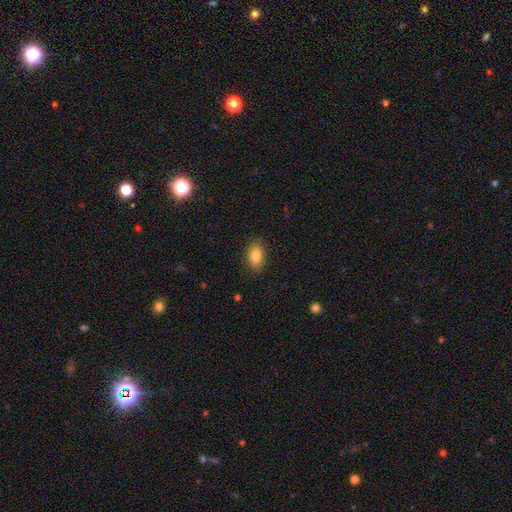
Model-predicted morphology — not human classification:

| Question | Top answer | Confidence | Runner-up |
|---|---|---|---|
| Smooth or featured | smooth | 84% | star or artifact (8%) |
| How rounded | in between | 87% | round (11%) |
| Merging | none | 86% | minor disturbance (10%) |